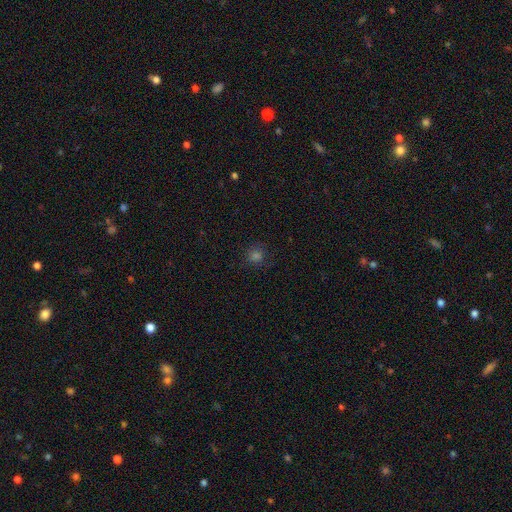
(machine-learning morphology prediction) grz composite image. It shows a smooth galaxy with no disk features (73%) that is round (91%). Merging: none (86%).